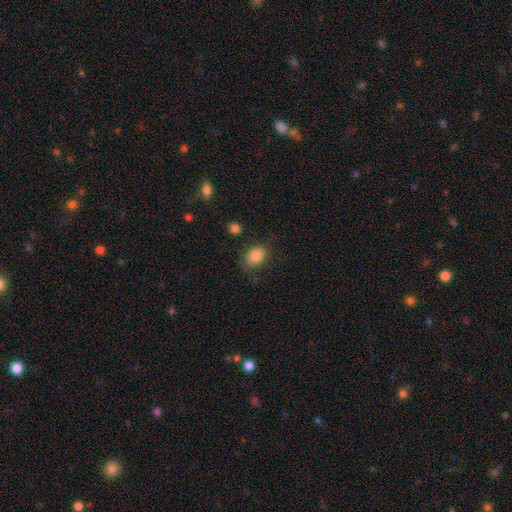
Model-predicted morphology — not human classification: smooth-or-featured: smooth: 85% | star or artifact: 9% | featured or disk: 6%
  how-rounded: in between: 58% | round: 41% | cigar-shaped: 1%
  merging: none: 77% | minor disturbance: 16% | major disturbance: 4% | merger: 3%